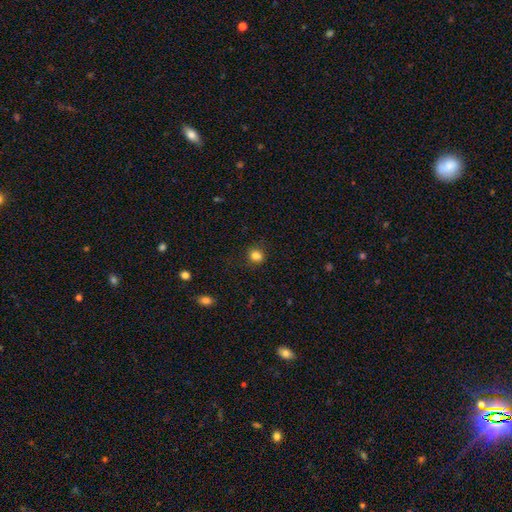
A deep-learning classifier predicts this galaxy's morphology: Smooth or featured? smooth (84%)
How rounded? round (75%)
Merging? none (84%)